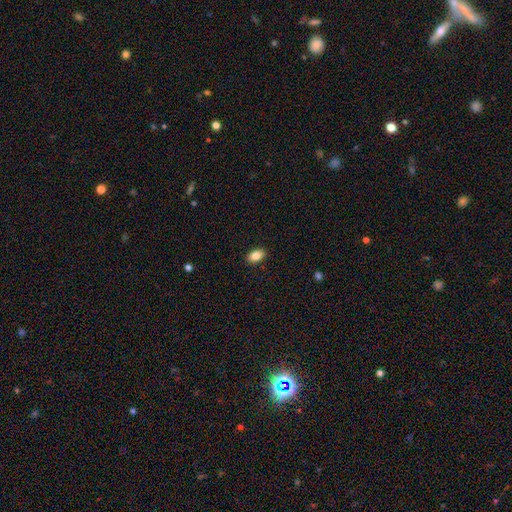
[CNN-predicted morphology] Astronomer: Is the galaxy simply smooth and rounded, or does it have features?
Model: smooth — 85%.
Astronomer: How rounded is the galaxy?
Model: in between — 91%.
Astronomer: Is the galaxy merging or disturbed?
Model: none — 90%.